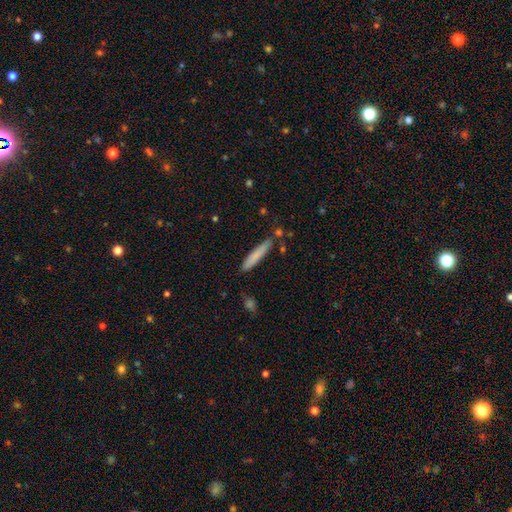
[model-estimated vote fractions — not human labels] smooth 77%, featured or disk 17%, star or artifact 6%. Down the decision tree: how rounded — cigar-shaped (94%); merging — none (84%).